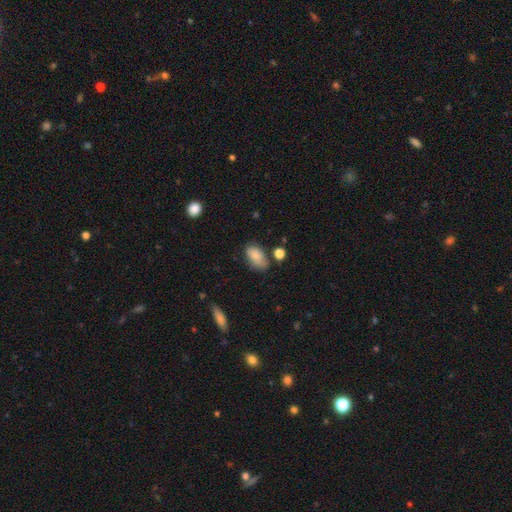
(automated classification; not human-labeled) This is clearly a smooth galaxy (84%). How rounded: clearly in between (92%). Merging: likely none (62%).